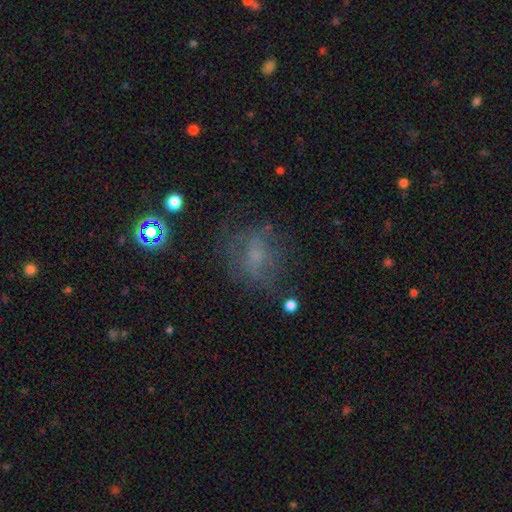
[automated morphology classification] The model was most divided on "smooth or featured": smooth: 46%, featured or disk: 32%, star or artifact: 22%. More confident: merging — none (58%).